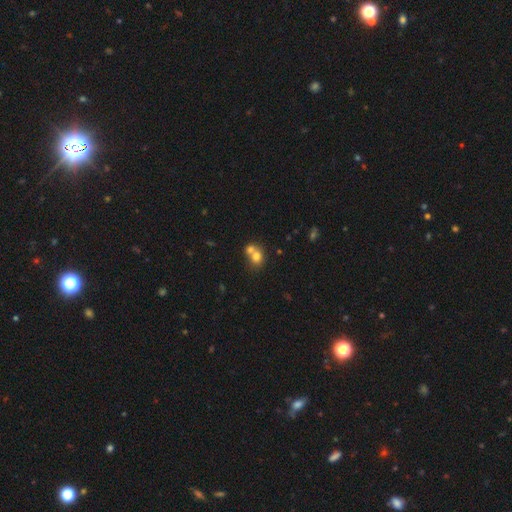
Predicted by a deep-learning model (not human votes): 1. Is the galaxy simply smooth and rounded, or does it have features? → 74% smooth, 15% featured or disk, 11% star or artifact.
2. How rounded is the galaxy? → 68% round, 31% in between, 1% cigar-shaped.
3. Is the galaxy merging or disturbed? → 60% merger, 32% none, 6% minor disturbance, 3% major disturbance.